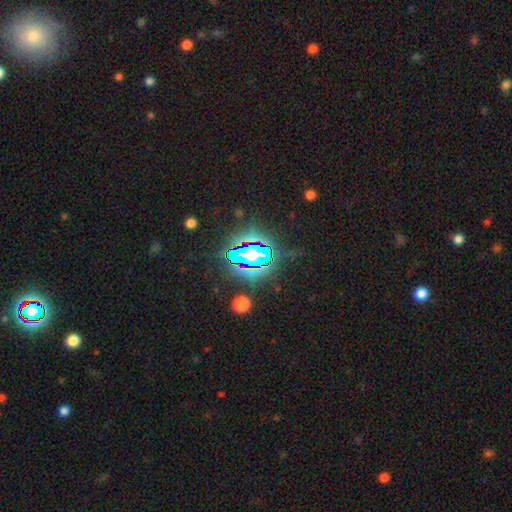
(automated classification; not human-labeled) Morphology: type=star or artifact (76%).